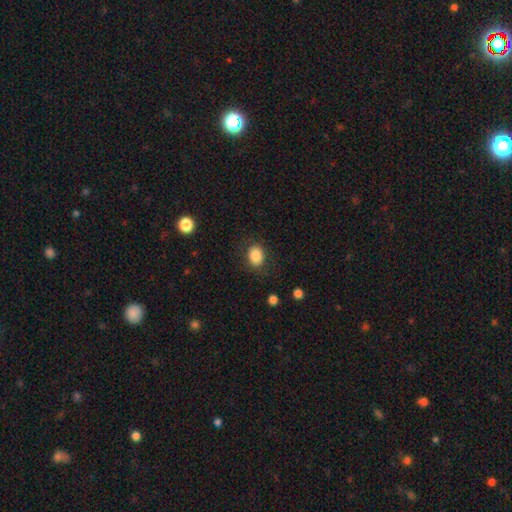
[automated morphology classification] Smooth or featured: smooth — 84% (star or artifact — 9%)
How rounded: in between — 57% (round — 42%)
Merging: none — 81% (minor disturbance — 12%)